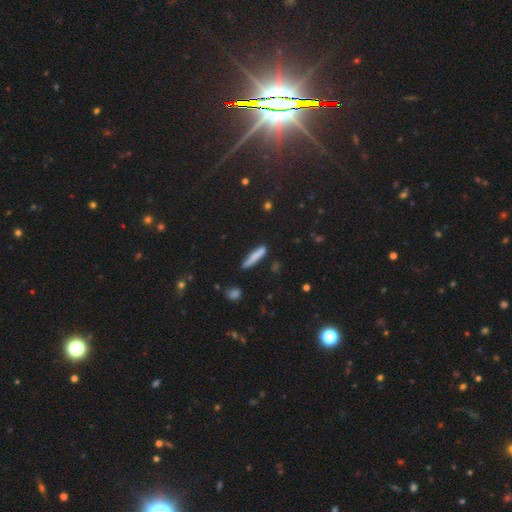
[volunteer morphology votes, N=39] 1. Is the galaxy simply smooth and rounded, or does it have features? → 69% smooth, 21% featured or disk, 10% star or artifact.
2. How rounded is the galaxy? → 89% cigar-shaped, 7% in between, 4% round.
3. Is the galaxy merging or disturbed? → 74% none, 17% minor disturbance, 6% merger, 3% major disturbance.